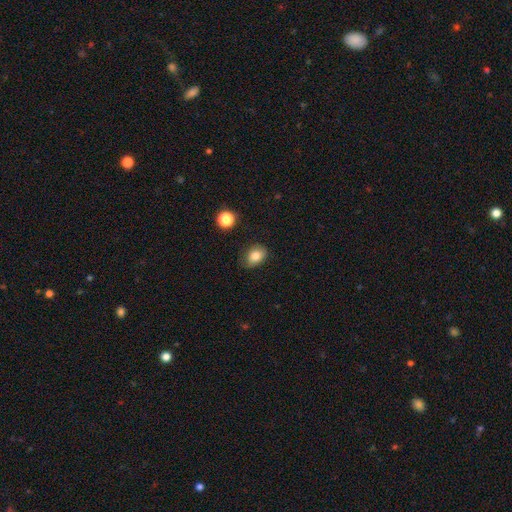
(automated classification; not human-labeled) Smooth or featured: smooth — 81% (star or artifact — 10%)
How rounded: in between — 69% (round — 30%)
Merging: none — 72% (minor disturbance — 22%)